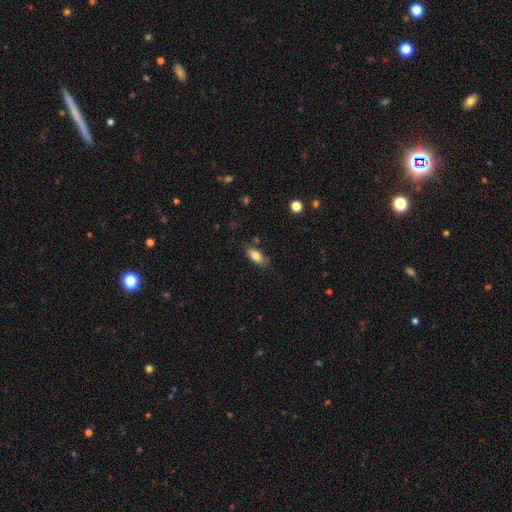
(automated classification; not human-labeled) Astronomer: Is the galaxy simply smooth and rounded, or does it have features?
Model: smooth — 81%.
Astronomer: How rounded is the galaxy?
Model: in between — 82%.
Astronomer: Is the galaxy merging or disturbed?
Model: none — 77%.